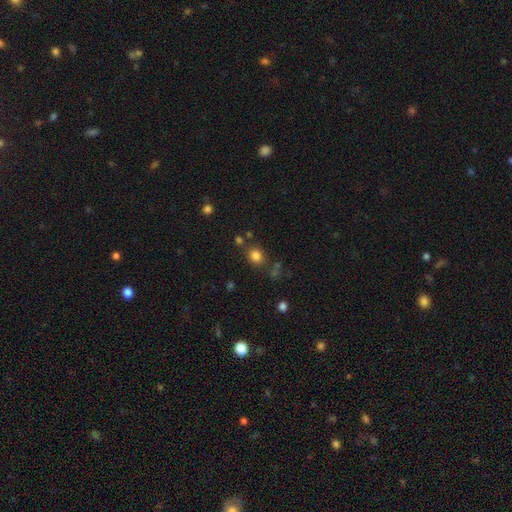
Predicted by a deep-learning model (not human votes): The model was most divided on "how rounded": round: 71%, in between: 28%, cigar-shaped: 1%. More confident: smooth or featured — smooth (80%); merging — none (77%).